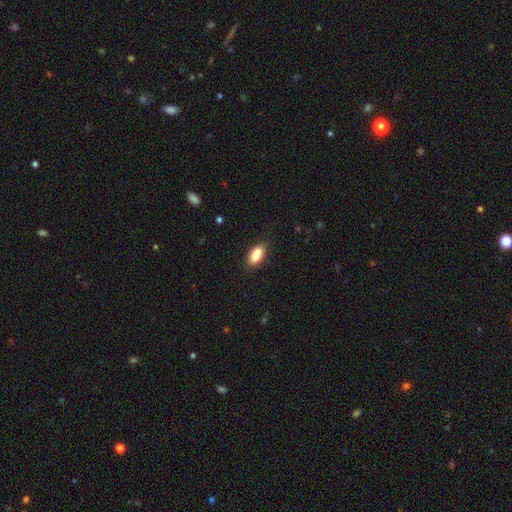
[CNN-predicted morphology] type=smooth (81%); roundness=in between (87%); merging=none (71%).